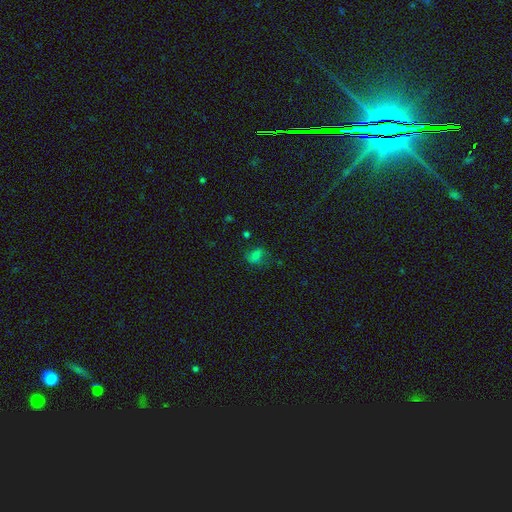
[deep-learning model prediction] This is likely a smooth galaxy (69%). How rounded: likely in between (64%). Merging: possibly none (60%).